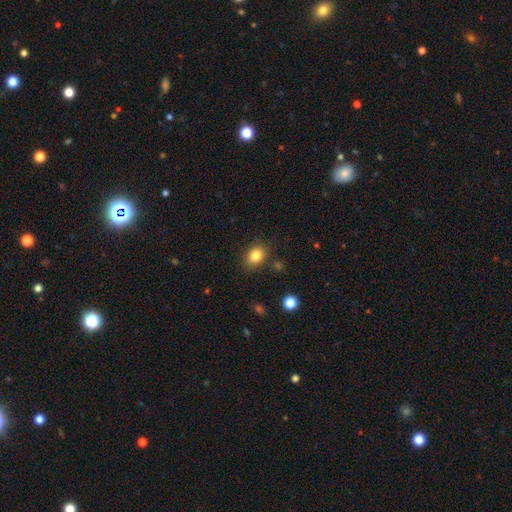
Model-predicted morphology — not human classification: smooth 83%, star or artifact 10%, featured or disk 6%. Down the decision tree: how rounded — in between (59%); merging — none (83%).